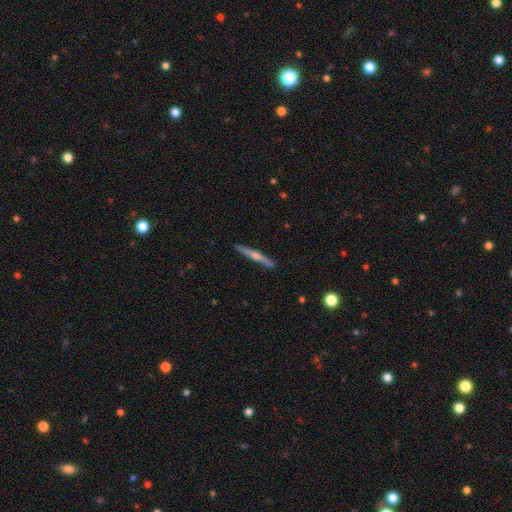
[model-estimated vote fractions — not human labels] A featured or disk galaxy (67%) viewed edge-on (98%) with a rounded central bulge (84%). Merging: none (91%).